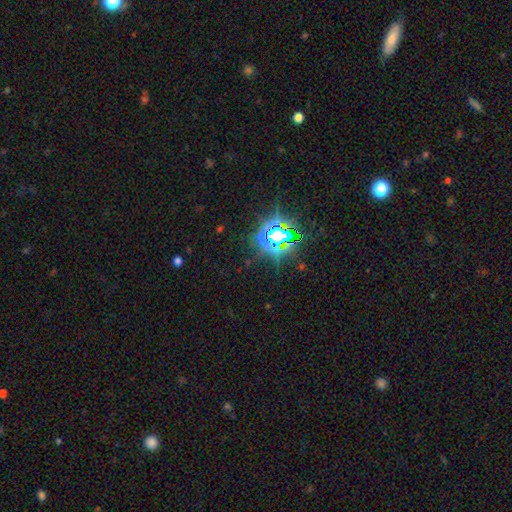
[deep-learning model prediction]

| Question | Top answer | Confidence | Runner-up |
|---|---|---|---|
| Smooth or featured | star or artifact | 81% | smooth (11%) |